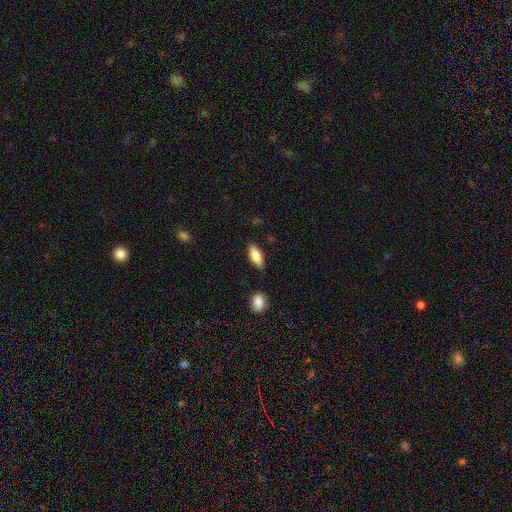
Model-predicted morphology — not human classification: smooth-or-featured: smooth: 84% | featured or disk: 10% | star or artifact: 6%
  how-rounded: in between: 79% | cigar-shaped: 19% | round: 2%
  merging: none: 82% | minor disturbance: 13% | major disturbance: 3% | merger: 2%